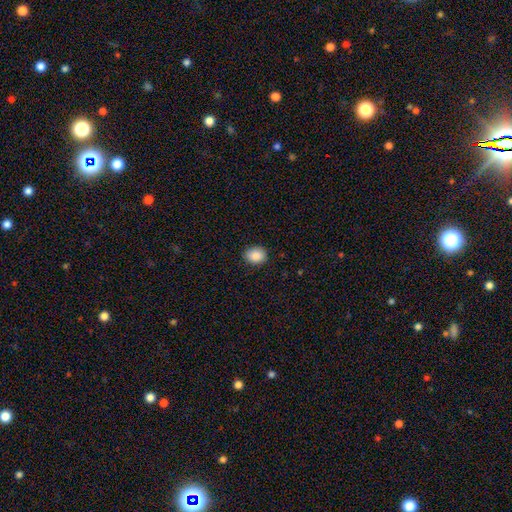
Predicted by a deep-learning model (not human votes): A smooth galaxy with no disk features (88%) that is round (53%). Merging: none (87%).